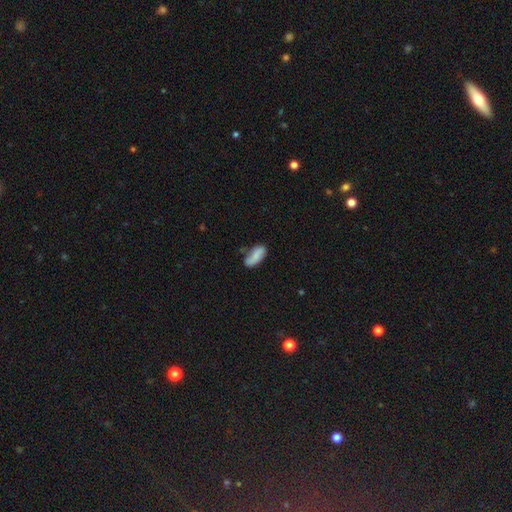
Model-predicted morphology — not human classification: This is likely a smooth galaxy (71%). How rounded: clearly in between (86%). Merging: possibly none (57%).